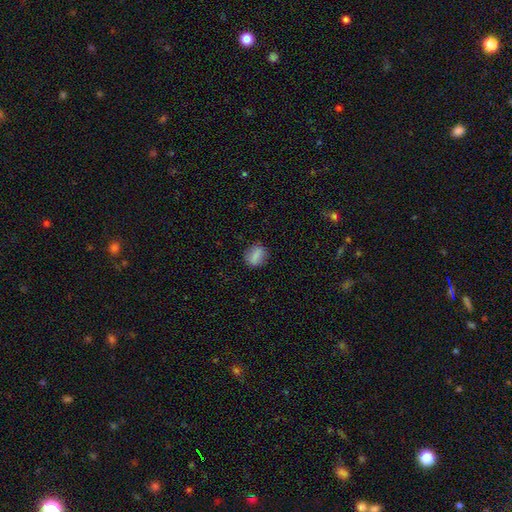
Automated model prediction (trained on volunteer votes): Smooth or featured? smooth (80%)
How rounded? in between (51%)
Merging? none (83%)